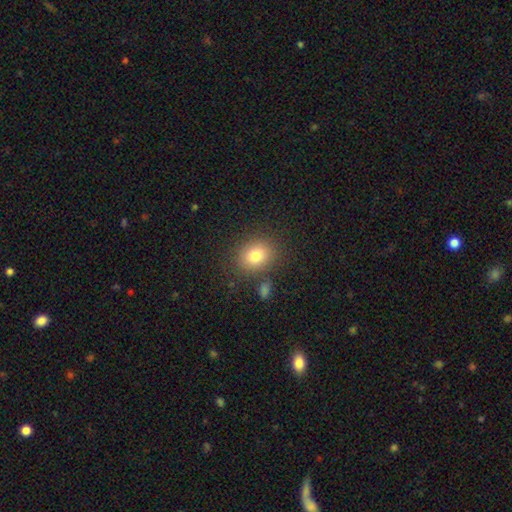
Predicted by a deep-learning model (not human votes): Morphology: type=smooth (80%); roundness=round (60%); merging=none (81%).